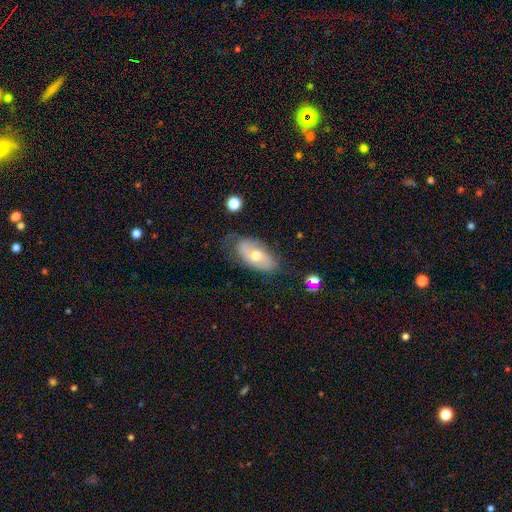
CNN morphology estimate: Smooth or featured? Predicted: smooth (p=0.49). Merging? Predicted: none (p=0.63).